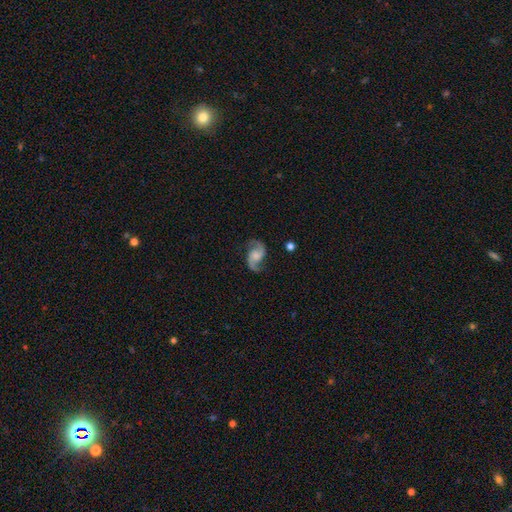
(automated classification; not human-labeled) smooth-or-featured: featured or disk: 90% | smooth: 6% | star or artifact: 5%
  disk-edge-on: no: 98% | yes: 2%
    bar: no: 57% | weak: 35% | strong: 8%
    has-spiral-arms: yes: 98% | no: 2%
      spiral-winding: loose: 48% | medium: 43% | tight: 8%
      spiral-arm-count: 2: 94% | can't tell: 1% | 1: 1% | 3: 1% | 4: 1% | more than 4: 1%
    bulge-size: moderate: 30% | none: 29% | small: 24% | large: 14% | dominant: 2%
  merging: none: 79% | minor disturbance: 13% | major disturbance: 6% | merger: 2%